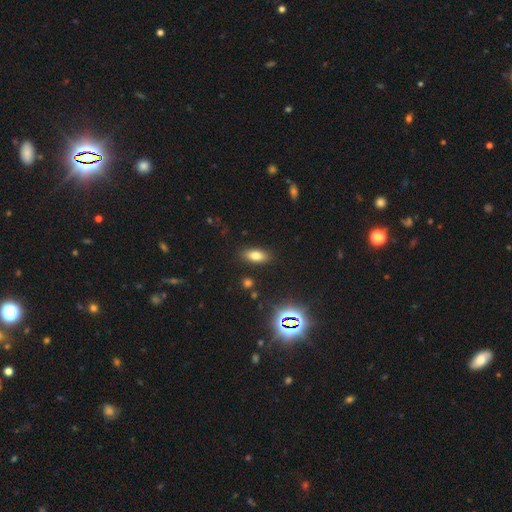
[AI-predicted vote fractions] A smooth galaxy with no disk features (75%) that is in between round and cigar-shaped (83%).

Vote fractions:
- Smooth or featured? smooth: 75% / star or artifact: 13% / featured or disk: 11%
- How rounded? in between: 83% / cigar-shaped: 12% / round: 5%
- Merging? none: 87% / minor disturbance: 9% / major disturbance: 3% / merger: 2%